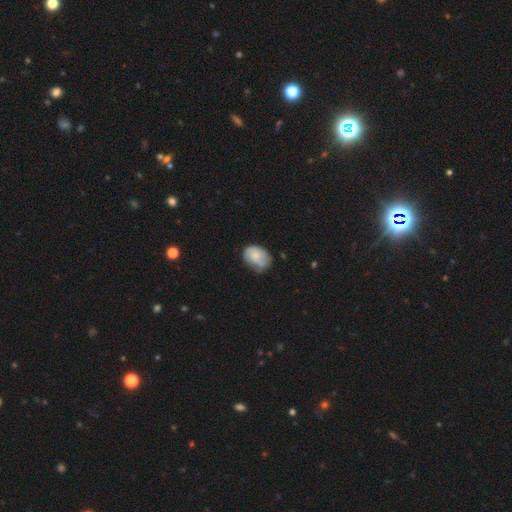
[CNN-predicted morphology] A smooth galaxy with no disk features (52%) that is in between round and cigar-shaped (73%).

Vote fractions:
- Smooth or featured? smooth: 52% / featured or disk: 41% / star or artifact: 7%
- How rounded? in between: 73% / round: 26% / cigar-shaped: 1%
- Merging? none: 64% / minor disturbance: 27% / major disturbance: 7% / merger: 2%